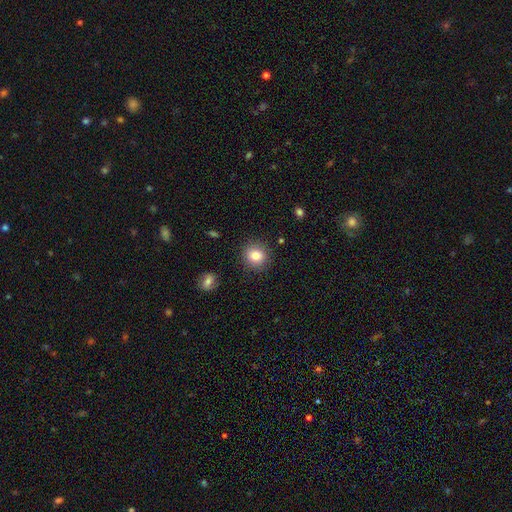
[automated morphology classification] This appears to be a smooth galaxy with no disk features (83%) that is round (87%). Merging: none (89%).